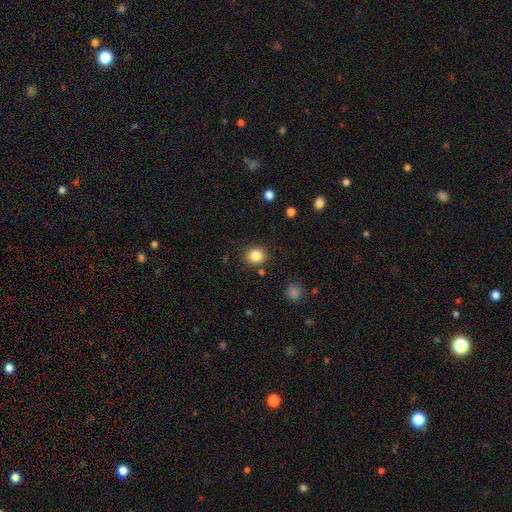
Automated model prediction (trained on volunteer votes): Smooth or featured? Predicted: smooth (p=0.84). How rounded? Predicted: round (p=0.85). Merging? Predicted: none (p=0.87).